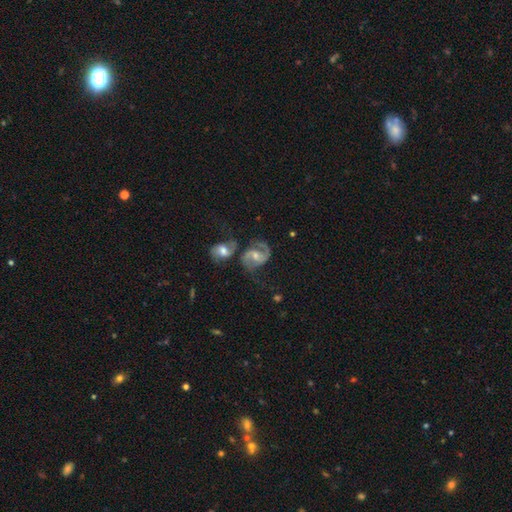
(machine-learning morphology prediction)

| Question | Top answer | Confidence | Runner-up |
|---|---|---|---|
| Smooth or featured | featured or disk | 85% | smooth (9%) |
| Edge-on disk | no | 98% | yes (2%) |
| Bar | weak | 45% | no (35%) |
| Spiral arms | yes | 95% | no (5%) |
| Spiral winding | medium | 56% | loose (26%) |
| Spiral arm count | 2 | 90% | can't tell (4%) |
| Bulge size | moderate | 60% | small (33%) |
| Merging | none | 50% | merger (23%) |